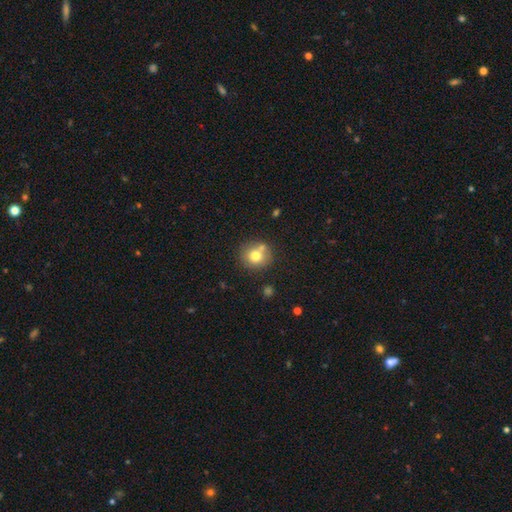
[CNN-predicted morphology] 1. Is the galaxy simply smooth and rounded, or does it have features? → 73% smooth, 16% featured or disk, 11% star or artifact.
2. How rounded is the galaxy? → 85% round, 14% in between, 1% cigar-shaped.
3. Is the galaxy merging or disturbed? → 64% none, 21% merger, 11% minor disturbance, 3% major disturbance.